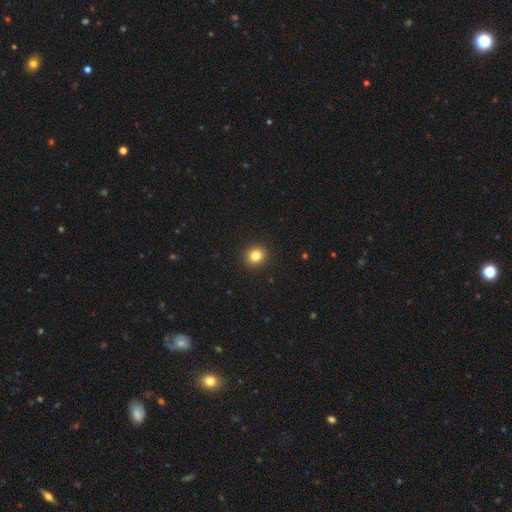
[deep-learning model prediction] Smooth or featured: smooth — 83% (star or artifact — 12%)
How rounded: round — 84% (in between — 15%)
Merging: none — 93% (minor disturbance — 5%)